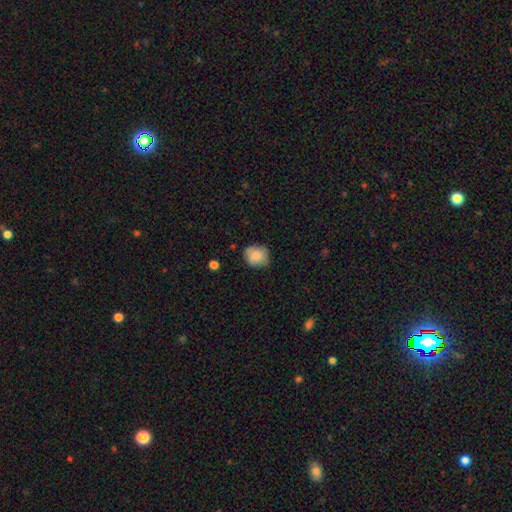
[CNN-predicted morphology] The model was most divided on "merging": none: 71%, minor disturbance: 23%, major disturbance: 5%, merger: 2%. More confident: smooth or featured — smooth (80%); how rounded — round (78%).